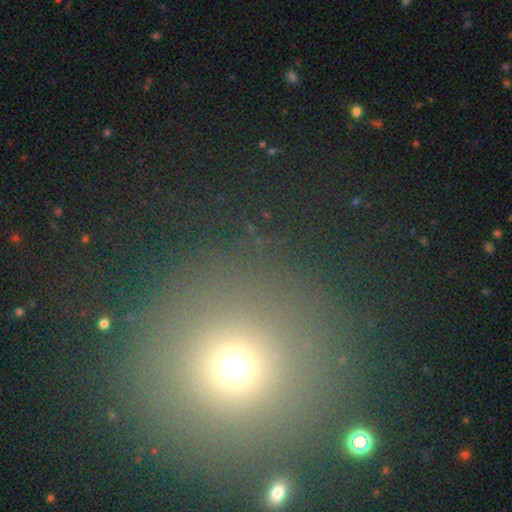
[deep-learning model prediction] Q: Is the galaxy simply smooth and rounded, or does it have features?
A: smooth — 63%.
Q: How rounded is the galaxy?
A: round — 95%.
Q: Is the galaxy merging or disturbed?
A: none — 85%.